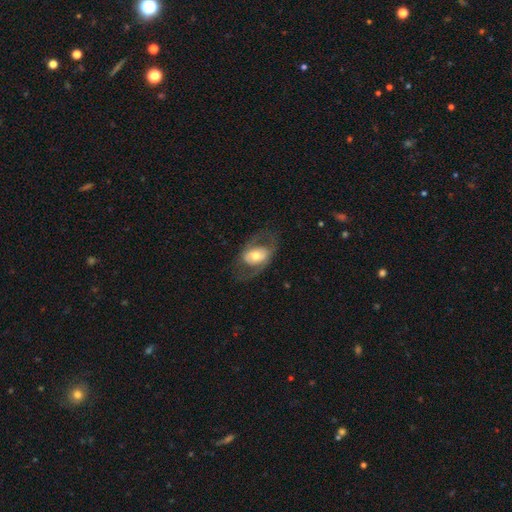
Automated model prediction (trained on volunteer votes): Smooth or featured? featured or disk (59%)
Edge-on disk? no (93%)
Bar? no (63%)
Spiral arms? no (52%)
Bulge size? moderate (68%)
Merging? none (63%)